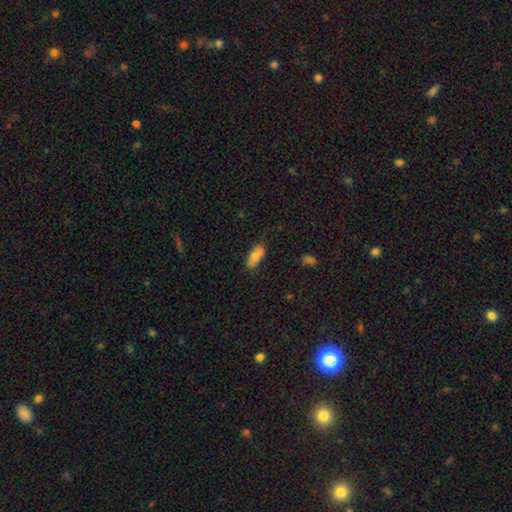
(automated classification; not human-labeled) smooth-or-featured: smooth: 80% | featured or disk: 13% | star or artifact: 7%
  how-rounded: in between: 86% | cigar-shaped: 12% | round: 2%
  merging: none: 73% | minor disturbance: 19% | major disturbance: 4% | merger: 4%